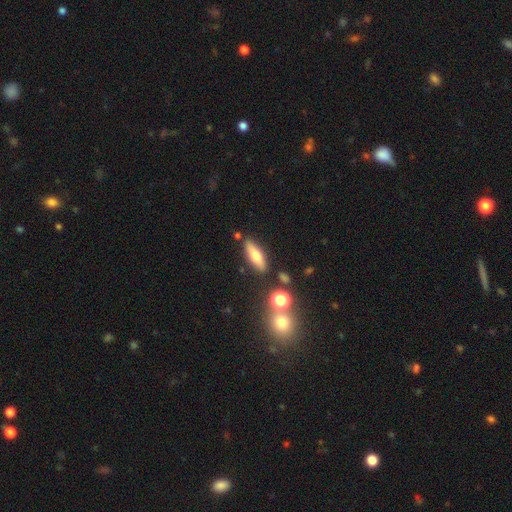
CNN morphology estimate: smooth 62%, featured or disk 30%, star or artifact 9%. Down the decision tree: how rounded — cigar-shaped (49%); merging — none (82%).